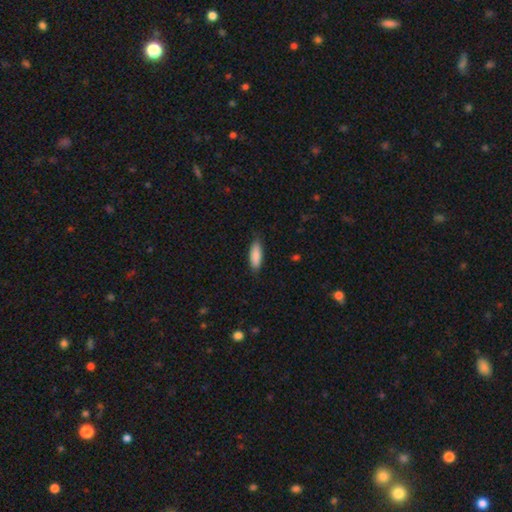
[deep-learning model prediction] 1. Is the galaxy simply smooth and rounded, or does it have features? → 87% smooth, 7% featured or disk, 6% star or artifact.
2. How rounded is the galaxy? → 59% in between, 40% cigar-shaped, 2% round.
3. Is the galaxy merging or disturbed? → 84% none, 13% minor disturbance, 2% major disturbance, 1% merger.